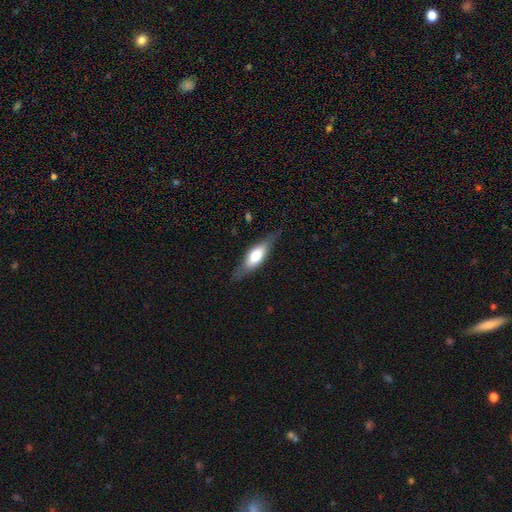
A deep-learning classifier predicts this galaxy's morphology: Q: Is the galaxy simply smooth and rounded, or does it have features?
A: smooth — 52%.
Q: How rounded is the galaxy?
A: in between — 53%.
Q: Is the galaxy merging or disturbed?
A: none — 79%.